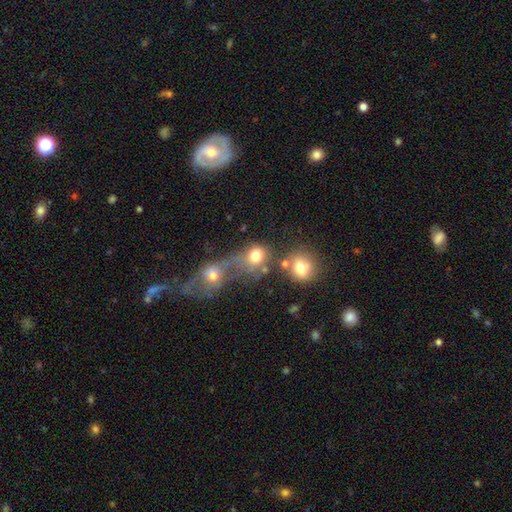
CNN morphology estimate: Q: Smooth or featured?
A: smooth (73%); runner-up: star or artifact (14%)
Q: How rounded?
A: round (70%); runner-up: in between (29%)
Q: Merging?
A: merger (52%); runner-up: none (29%)